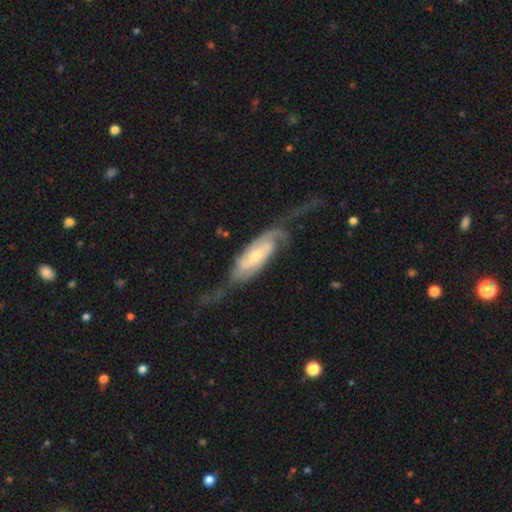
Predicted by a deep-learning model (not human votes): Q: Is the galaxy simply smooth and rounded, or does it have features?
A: featured or disk — 84%.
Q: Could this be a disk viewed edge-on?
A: no — 89%.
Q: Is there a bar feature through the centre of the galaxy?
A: weak — 40%.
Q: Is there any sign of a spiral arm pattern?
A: yes — 95%.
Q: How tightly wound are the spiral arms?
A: medium — 37%.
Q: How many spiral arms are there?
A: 2 — 81%.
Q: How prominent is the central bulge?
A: moderate — 57%.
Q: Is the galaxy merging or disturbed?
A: none — 51%.